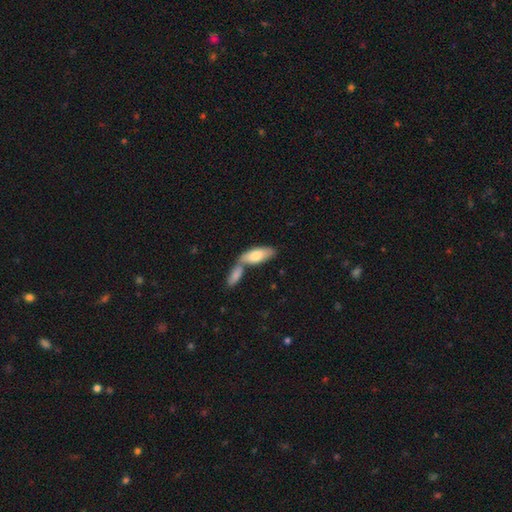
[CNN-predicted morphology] A smooth galaxy with no disk features (75%) that is in between round and cigar-shaped (77%). Merging: merger (49%).